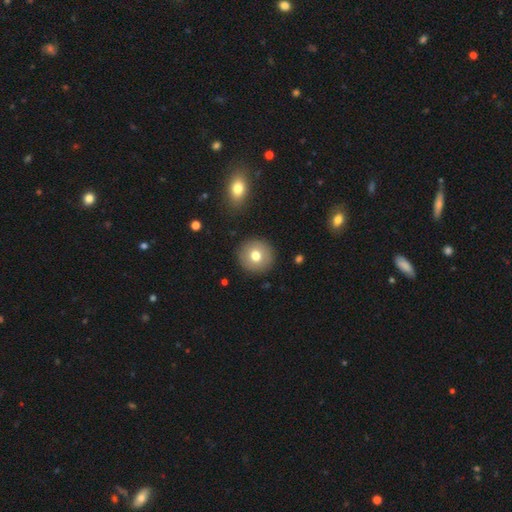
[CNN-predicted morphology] Smooth or featured? smooth (74%)
How rounded? round (94%)
Merging? none (91%)